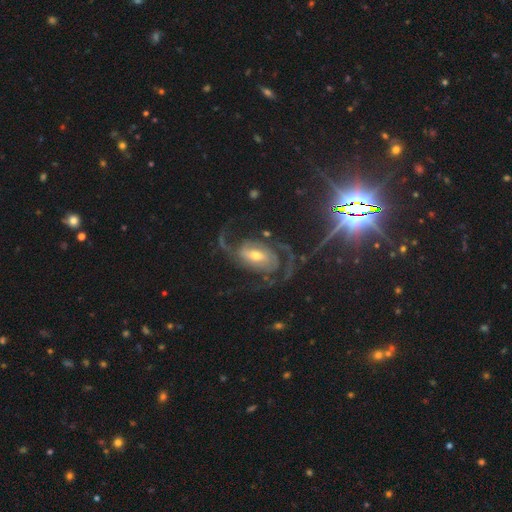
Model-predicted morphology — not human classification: This is clearly a featured or disk galaxy (86%). It is clearly not viewed edge-on (97%). Bar: marginally weak (41%). Spiral arm pattern: clearly yes (97%). Spiral arm count: likely 2 (71%). Spiral winding: possibly medium (49%). Central bulge: possibly moderate (56%). Merging: likely none (63%).